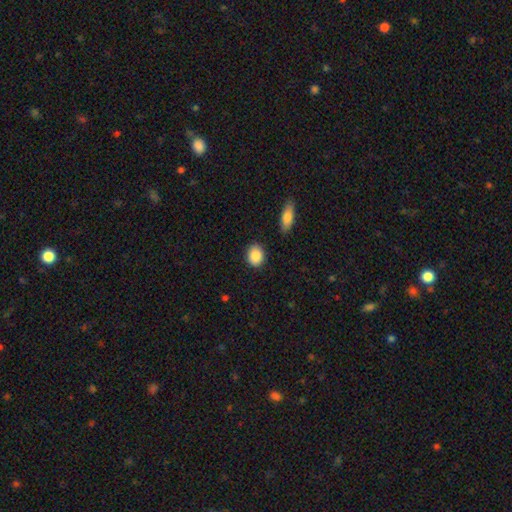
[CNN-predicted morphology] A smooth galaxy with no disk features (88%) that is round (52%).

Vote fractions:
- Smooth or featured? smooth: 88% / star or artifact: 7% / featured or disk: 5%
- How rounded? round: 52% / in between: 46% / cigar-shaped: 2%
- Merging? none: 85% / minor disturbance: 10% / merger: 2% / major disturbance: 2%